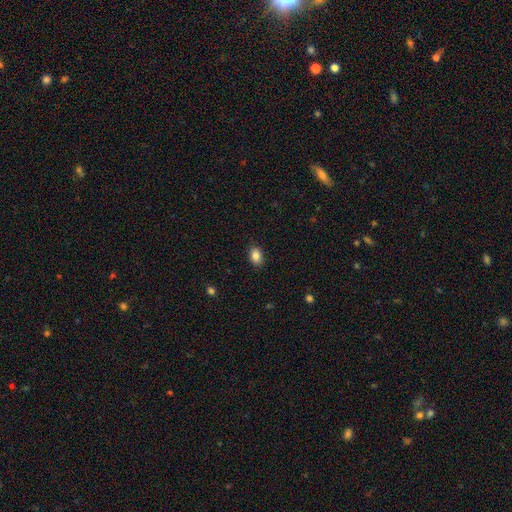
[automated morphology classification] This appears to be a smooth galaxy with no disk features (87%) that is in between round and cigar-shaped (81%). Merging: none (88%).